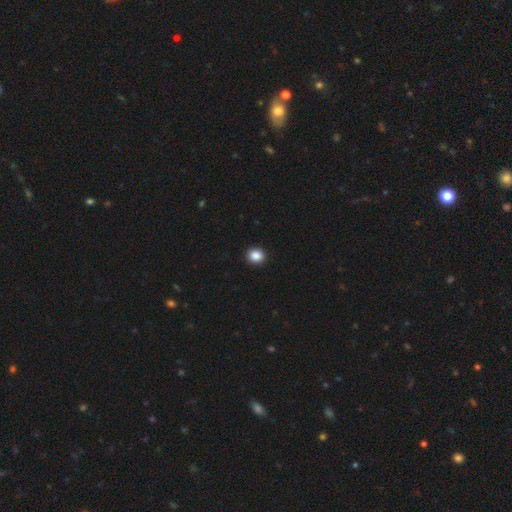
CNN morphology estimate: type=smooth (87%); roundness=round (82%); merging=none (93%).